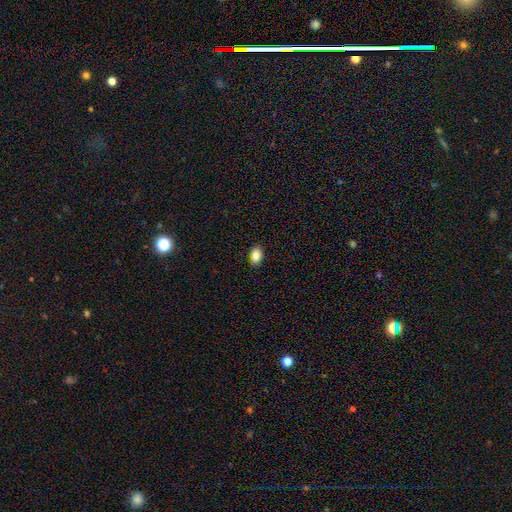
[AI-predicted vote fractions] Morphology: type=smooth (87%); roundness=in between (86%); merging=none (87%).